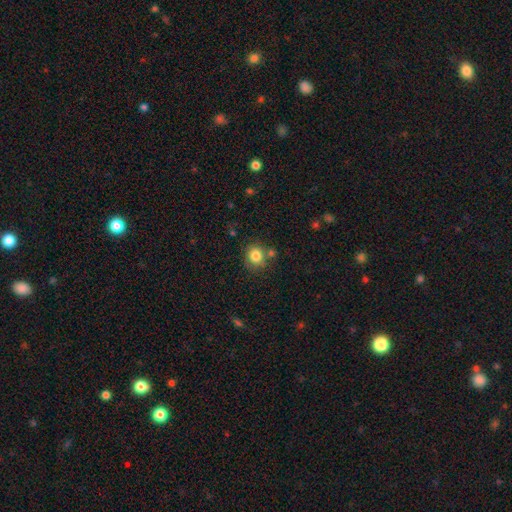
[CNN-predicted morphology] Overall: smooth (83%). How rounded: round (82%). Merging: none (72%).